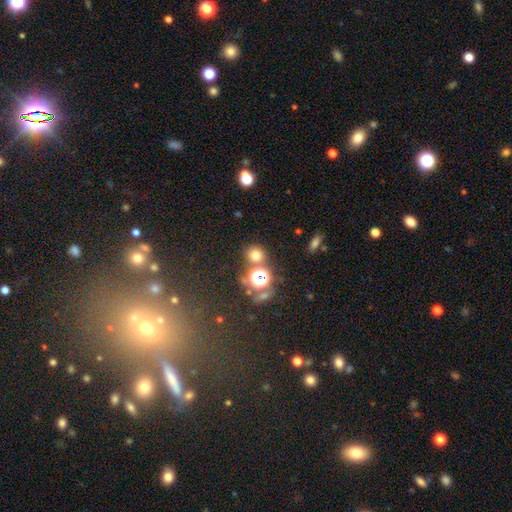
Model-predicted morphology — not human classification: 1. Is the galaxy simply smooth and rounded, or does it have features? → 68% smooth, 25% star or artifact, 7% featured or disk.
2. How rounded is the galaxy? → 86% round, 13% in between, 1% cigar-shaped.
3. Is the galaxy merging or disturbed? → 77% none, 11% merger, 8% minor disturbance, 4% major disturbance.